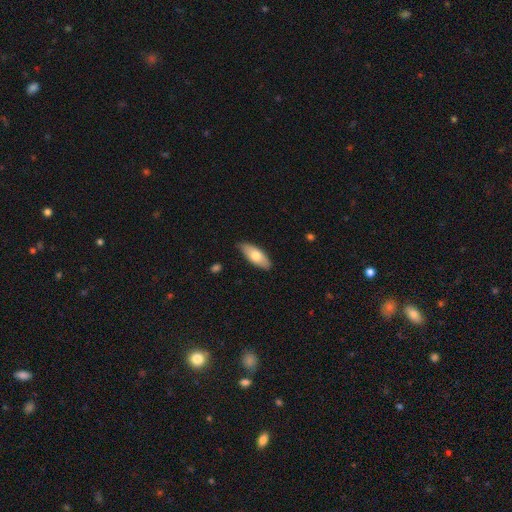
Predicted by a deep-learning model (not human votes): Smooth or featured? smooth (71%)
How rounded? in between (78%)
Merging? none (84%)